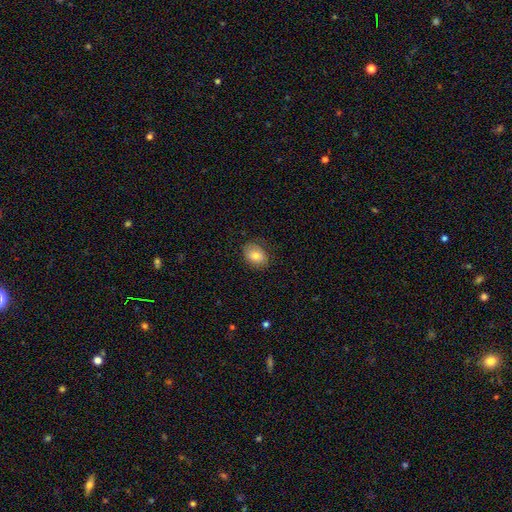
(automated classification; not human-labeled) Q: Smooth or featured?
A: smooth (80%); runner-up: featured or disk (12%)
Q: How rounded?
A: in between (68%); runner-up: round (31%)
Q: Merging?
A: none (79%); runner-up: minor disturbance (16%)